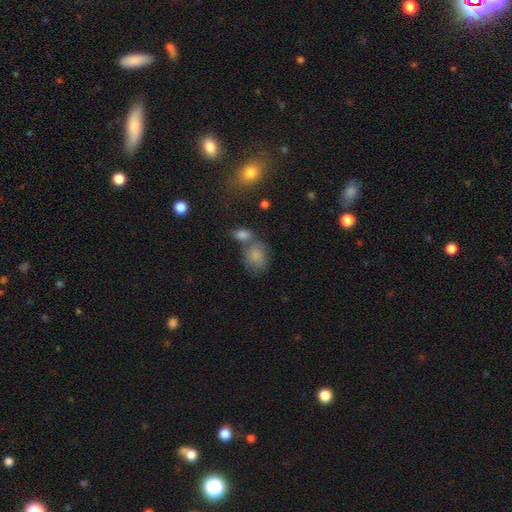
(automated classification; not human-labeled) This appears to be a smooth galaxy with no disk features (80%) that is in between round and cigar-shaped (58%). Merging: none (41%).